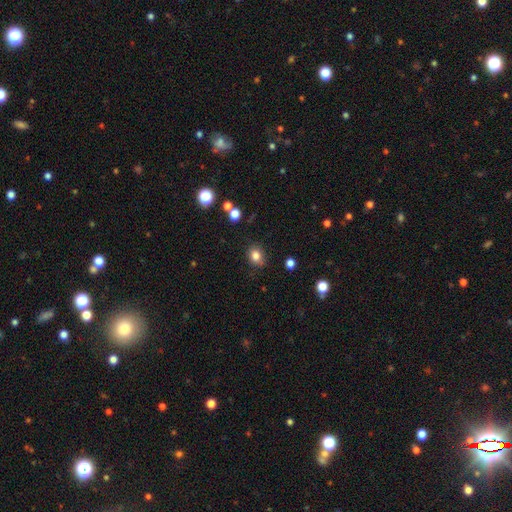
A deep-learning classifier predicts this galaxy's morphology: A smooth galaxy with no disk features (82%) that is round (57%). Merging: none (83%).